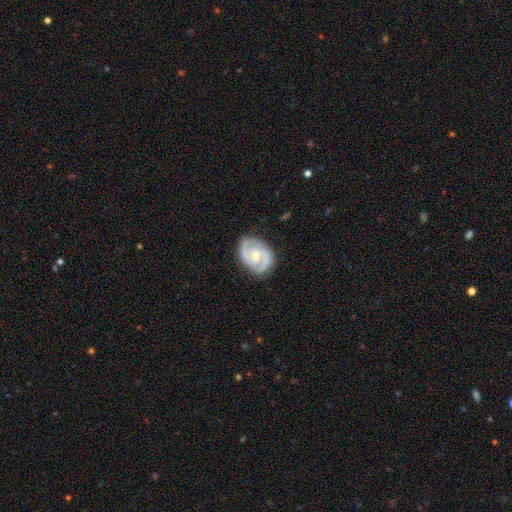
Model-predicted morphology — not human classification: Smooth or featured? Predicted: featured or disk (p=0.87). Edge-on disk? Predicted: no (p=0.98). Bar? Predicted: weak (p=0.47). Spiral arms? Predicted: yes (p=0.96). Spiral winding? Predicted: medium (p=0.50). Spiral arm count? Predicted: 2 (p=0.88). Bulge size? Predicted: moderate (p=0.50). Merging? Predicted: none (p=0.80).